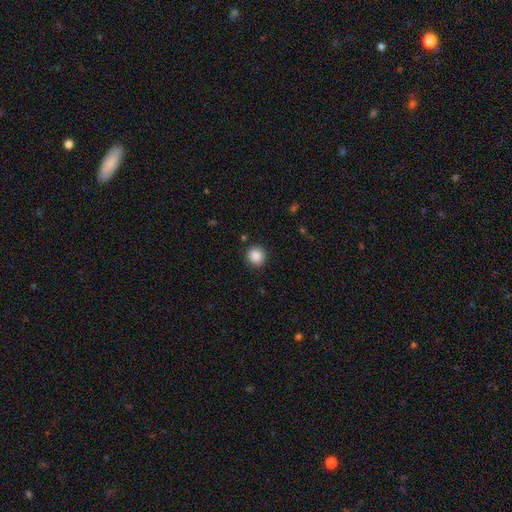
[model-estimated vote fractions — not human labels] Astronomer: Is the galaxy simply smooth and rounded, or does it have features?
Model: smooth — 88%.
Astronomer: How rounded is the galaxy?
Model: round — 89%.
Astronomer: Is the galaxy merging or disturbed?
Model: none — 87%.